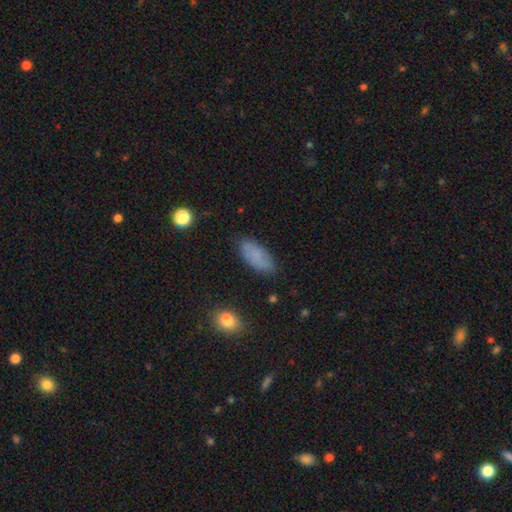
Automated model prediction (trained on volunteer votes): This appears to be a smooth galaxy with no disk features (82%) that is in between round and cigar-shaped (84%). Merging: none (81%).